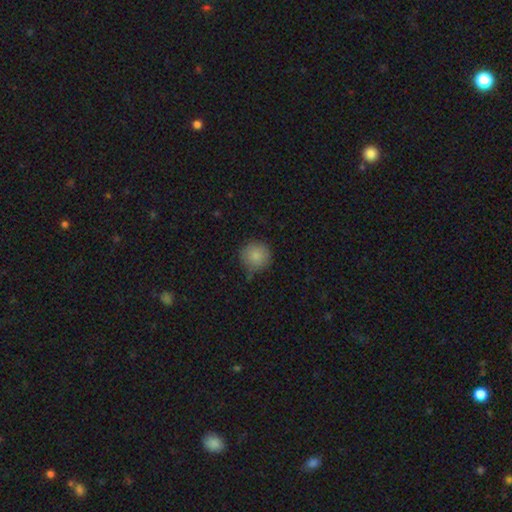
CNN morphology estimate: Smooth or featured?
  - smooth: 86% *
  - star or artifact: 8%
  - featured or disk: 5%
How rounded?
  - round: 94% *
  - in between: 5%
  - cigar-shaped: 1%
Merging?
  - none: 75% *
  - minor disturbance: 19%
  - major disturbance: 4%
  - merger: 2%